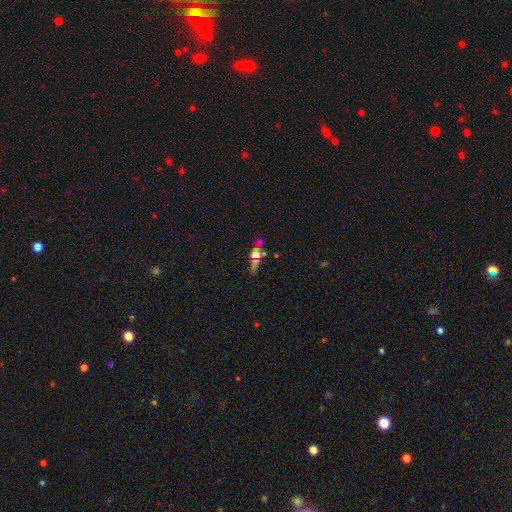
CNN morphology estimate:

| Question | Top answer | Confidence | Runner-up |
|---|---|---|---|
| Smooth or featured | smooth | 41% | featured or disk (35%) |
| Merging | none | 60% | merger (20%) |